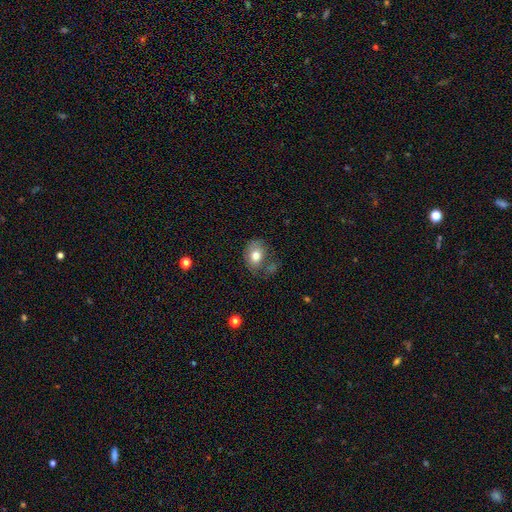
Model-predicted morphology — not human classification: This is likely a smooth galaxy (75%). How rounded: possibly in between (58%). Merging: possibly none (56%).